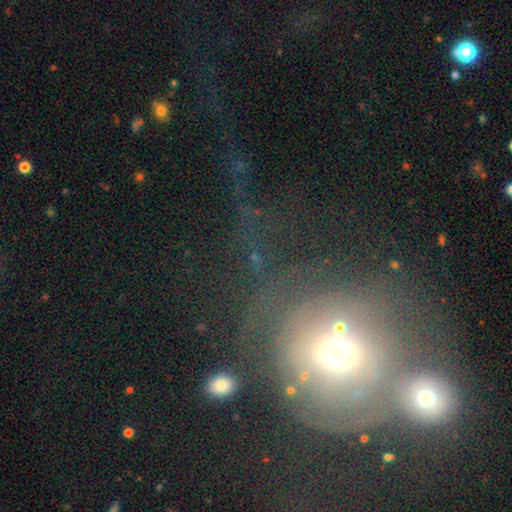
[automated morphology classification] type=smooth (39%); merging=none (36%).